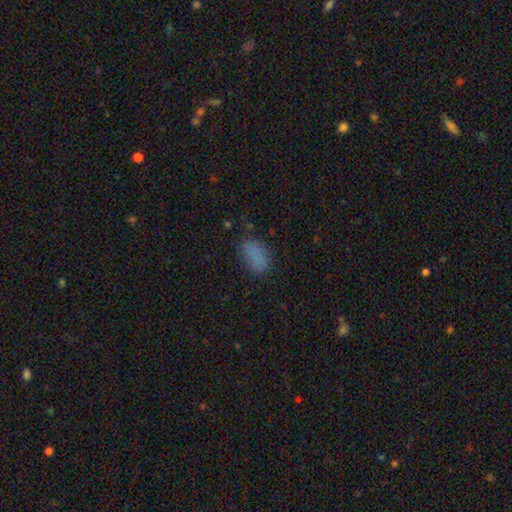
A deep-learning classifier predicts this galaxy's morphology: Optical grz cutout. It shows a smooth galaxy with no disk features (80%) that is in between round and cigar-shaped (91%). Merging: none (70%).